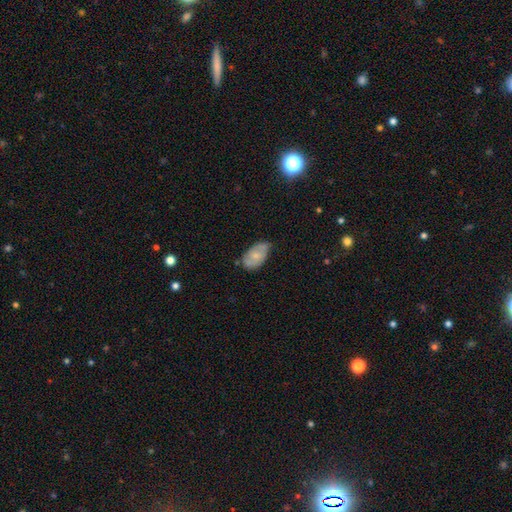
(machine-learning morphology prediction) Smooth or featured? Predicted: smooth (p=0.58). How rounded? Predicted: in between (p=0.93). Merging? Predicted: none (p=0.55).